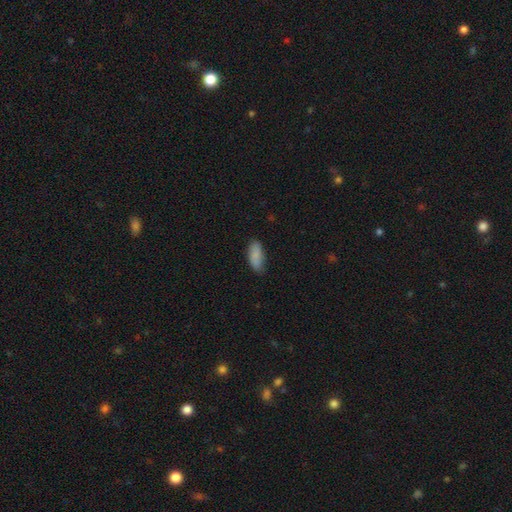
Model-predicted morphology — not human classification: Smooth or featured? smooth (86%)
How rounded? in between (83%)
Merging? none (77%)